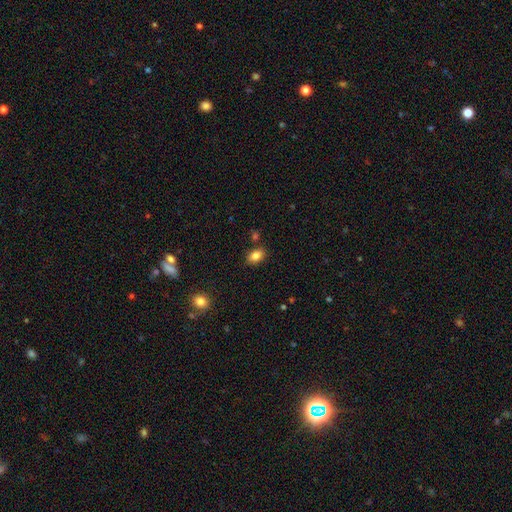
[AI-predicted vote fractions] smooth 83%, star or artifact 10%, featured or disk 7%. Down the decision tree: how rounded — in between (80%); merging — none (82%).